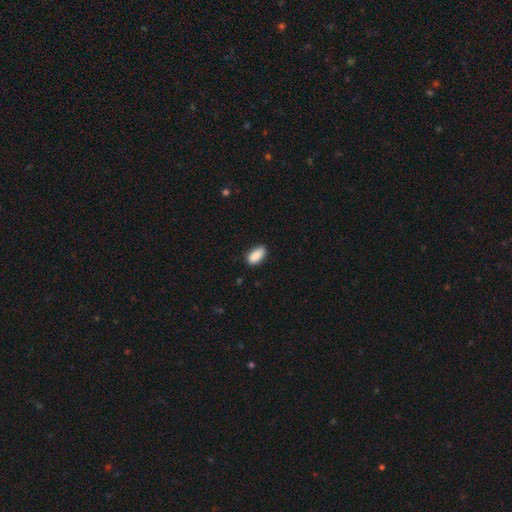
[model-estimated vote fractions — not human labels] The model was most divided on "merging": none: 82%, minor disturbance: 14%, major disturbance: 2%, merger: 1%. More confident: how rounded — in between (91%); smooth or featured — smooth (90%).